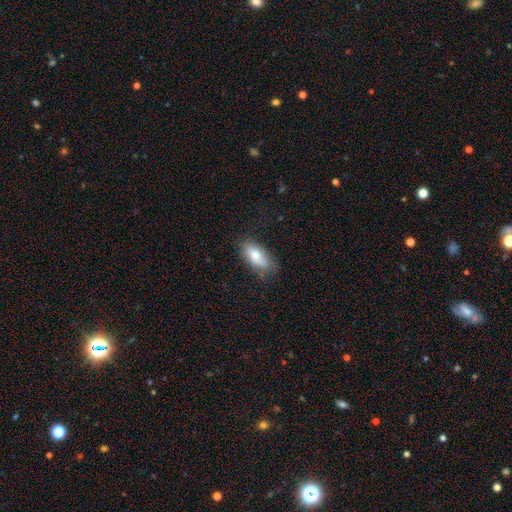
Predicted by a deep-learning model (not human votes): Smooth or featured? smooth (80%)
How rounded? in between (85%)
Merging? none (71%)